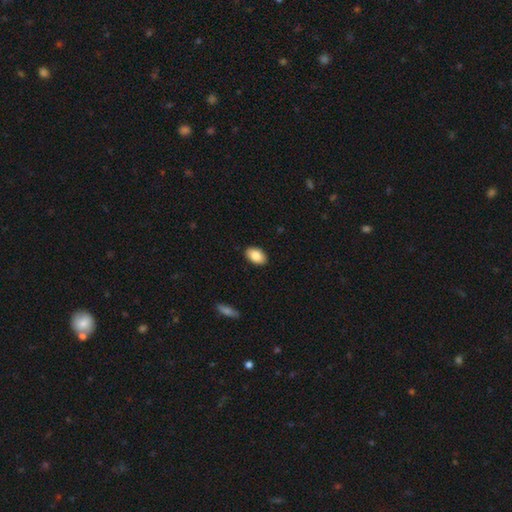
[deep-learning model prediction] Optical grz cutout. It shows a smooth galaxy with no disk features (85%) that is in between round and cigar-shaped (91%). Merging: none (90%).